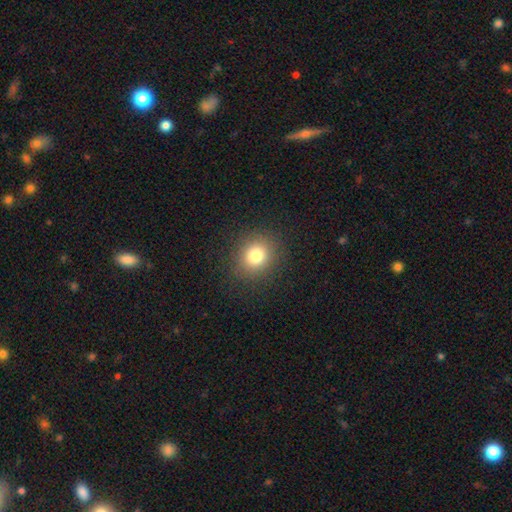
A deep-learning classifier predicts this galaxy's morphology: Overall: smooth (79%). How rounded: round (76%). Merging: none (88%).